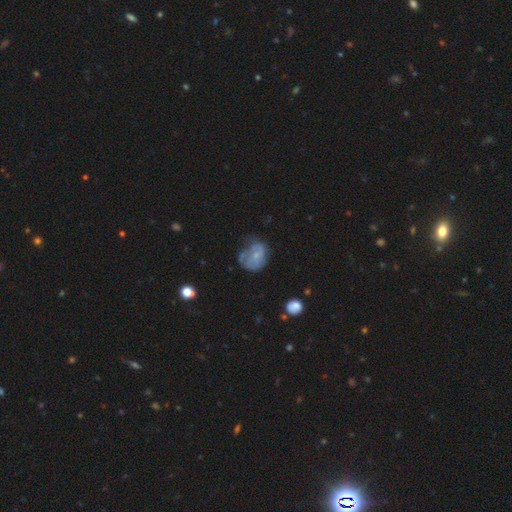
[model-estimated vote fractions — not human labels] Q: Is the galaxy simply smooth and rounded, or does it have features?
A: featured or disk — 51%.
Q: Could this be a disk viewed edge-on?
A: no — 98%.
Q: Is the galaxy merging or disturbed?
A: none — 37%.